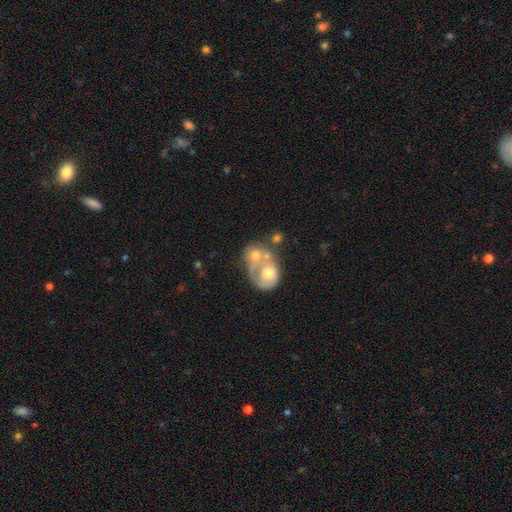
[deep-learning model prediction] Smooth or featured? Predicted: smooth (p=0.47). Merging? Predicted: merger (p=0.66).